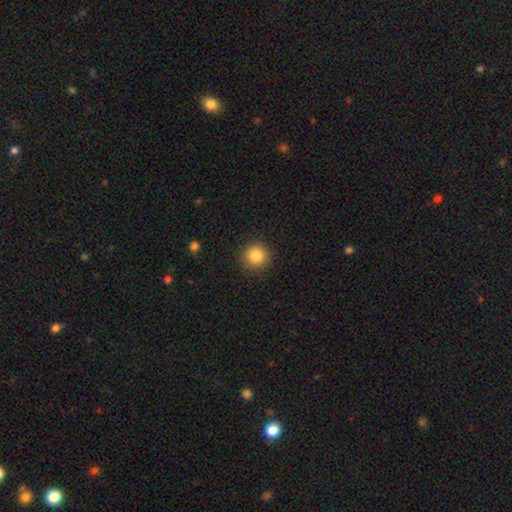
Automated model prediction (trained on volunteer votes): Smooth or featured: smooth — 85% (star or artifact — 10%)
How rounded: round — 94% (in between — 5%)
Merging: none — 90% (minor disturbance — 7%)